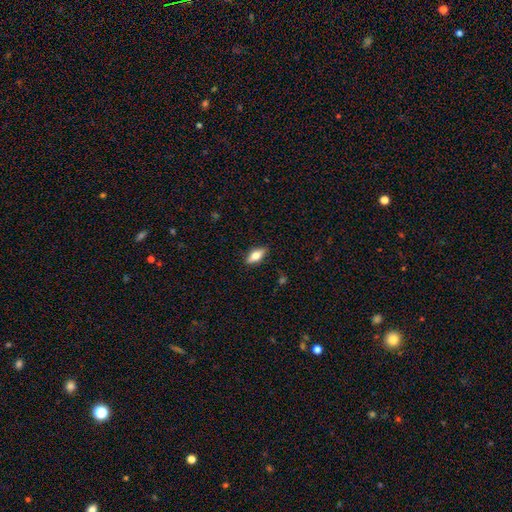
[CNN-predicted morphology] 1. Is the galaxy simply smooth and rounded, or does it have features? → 62% smooth, 31% featured or disk, 7% star or artifact.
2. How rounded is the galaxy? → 77% in between, 19% cigar-shaped, 4% round.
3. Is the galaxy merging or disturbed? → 87% none, 10% minor disturbance, 2% major disturbance, 1% merger.